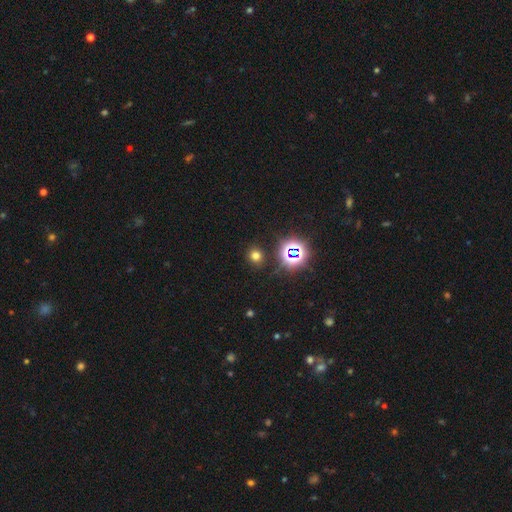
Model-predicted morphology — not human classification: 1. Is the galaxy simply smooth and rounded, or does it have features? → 67% smooth, 27% star or artifact, 6% featured or disk.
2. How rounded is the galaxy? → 83% round, 16% in between, 1% cigar-shaped.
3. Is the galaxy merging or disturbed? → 88% none, 7% minor disturbance, 3% major disturbance, 2% merger.